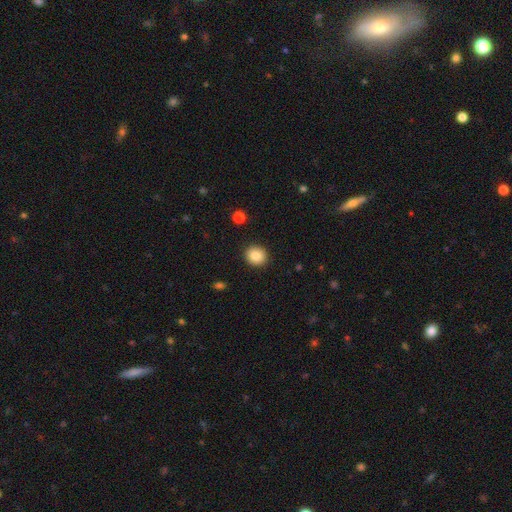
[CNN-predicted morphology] This appears to be a smooth galaxy with no disk features (86%) that is round (84%). Merging: none (91%).